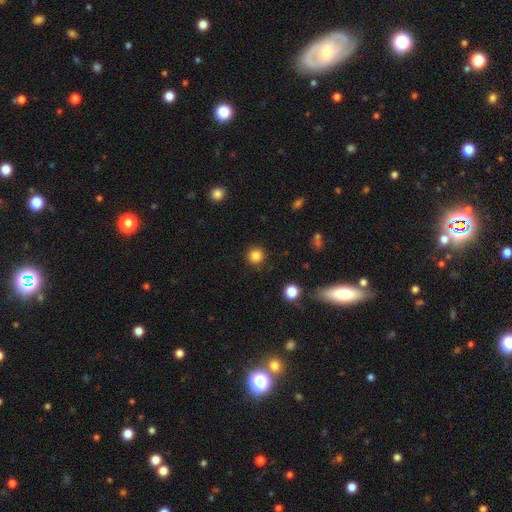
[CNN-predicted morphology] A smooth galaxy with no disk features (84%) that is round (93%). Merging: none (90%).